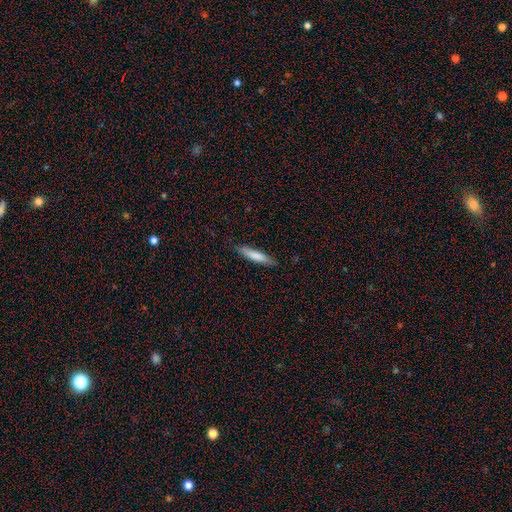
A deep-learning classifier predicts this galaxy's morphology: Smooth or featured?
  - smooth: 74% *
  - featured or disk: 20%
  - star or artifact: 6%
How rounded?
  - cigar-shaped: 86% *
  - in between: 12%
  - round: 1%
Merging?
  - none: 84% *
  - minor disturbance: 12%
  - major disturbance: 2%
  - merger: 1%